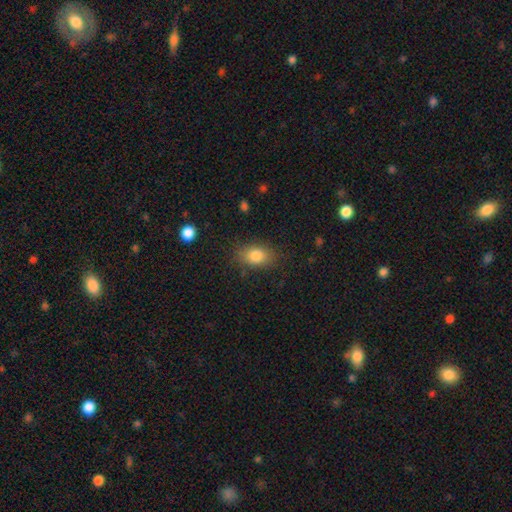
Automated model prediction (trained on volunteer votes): The model was most divided on "how rounded": in between: 83%, round: 16%, cigar-shaped: 2%. More confident: smooth or featured — smooth (83%); merging — none (81%).